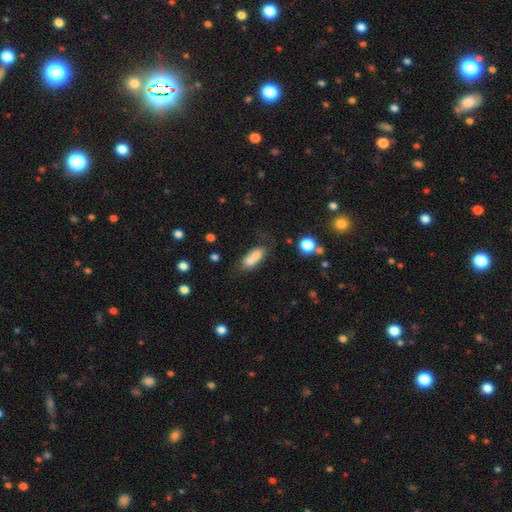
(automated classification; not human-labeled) Smooth or featured?
  - smooth: 70% *
  - featured or disk: 20%
  - star or artifact: 10%
How rounded?
  - in between: 72% *
  - cigar-shaped: 16%
  - round: 12%
Merging?
  - merger: 53% *
  - none: 28%
  - minor disturbance: 12%
  - major disturbance: 7%